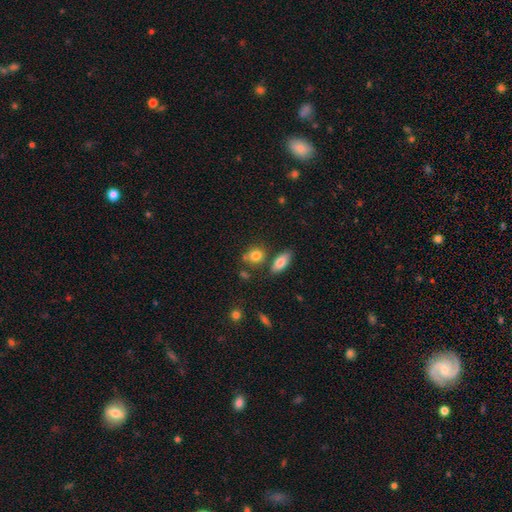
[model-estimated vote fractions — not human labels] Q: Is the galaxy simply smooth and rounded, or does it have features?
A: smooth — 82%.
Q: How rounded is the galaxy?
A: round — 52%.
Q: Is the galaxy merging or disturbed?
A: none — 64%.